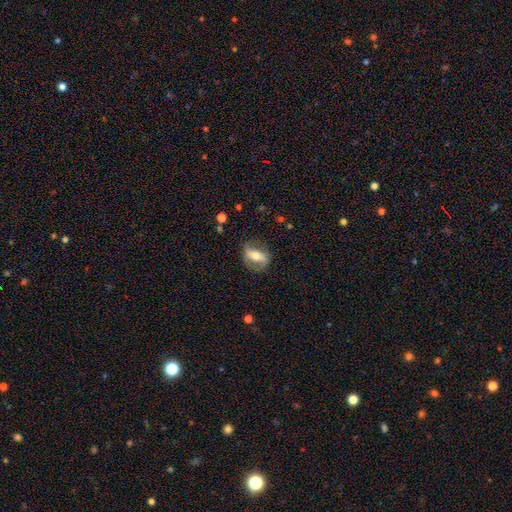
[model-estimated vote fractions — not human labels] Smooth or featured? featured or disk (57%)
Edge-on disk? no (83%)
Merging? none (68%)